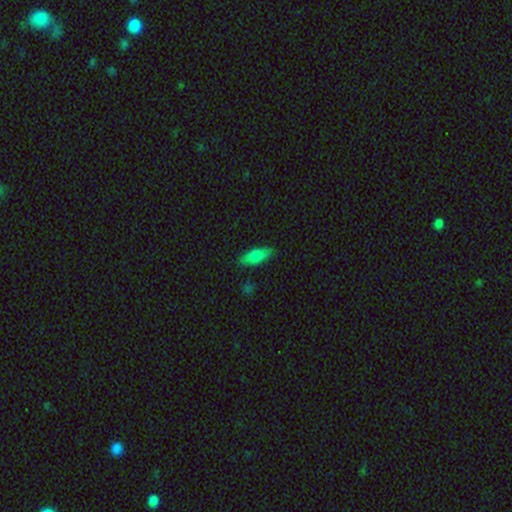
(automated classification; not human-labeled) smooth 78%, featured or disk 14%, star or artifact 7%. Down the decision tree: how rounded — in between (71%); merging — none (83%).